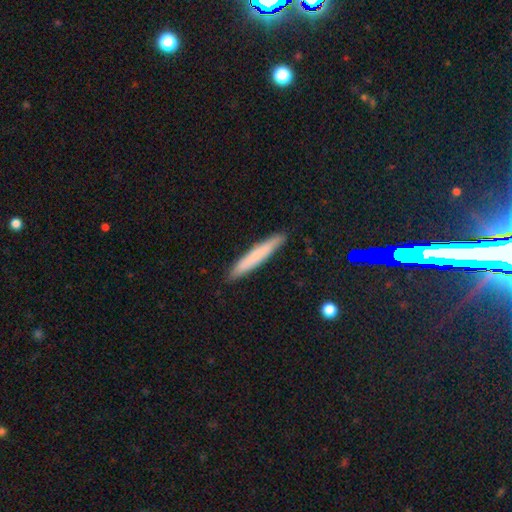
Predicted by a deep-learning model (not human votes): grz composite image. It shows a smooth galaxy with no disk features (70%) that is cigar-shaped (94%). Merging: none (89%).